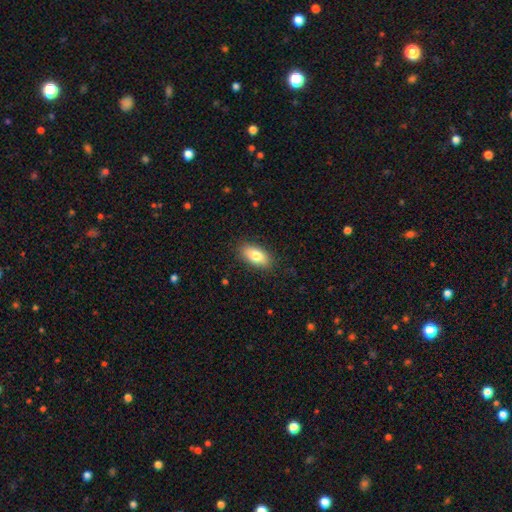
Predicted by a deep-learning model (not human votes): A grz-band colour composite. It shows a smooth galaxy with no disk features (80%) that is in between round and cigar-shaped (89%). Merging: none (87%).